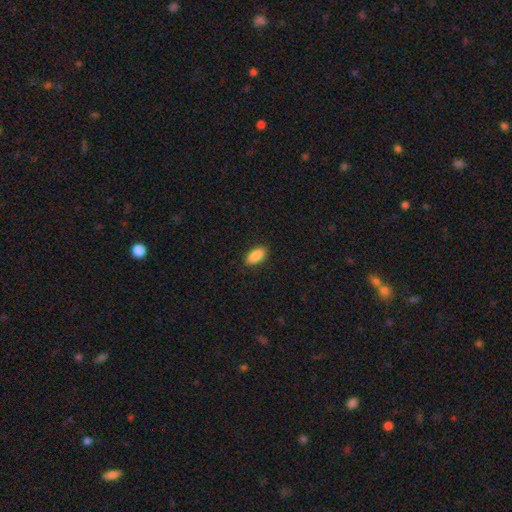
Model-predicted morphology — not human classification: This appears to be a smooth galaxy with no disk features (90%) that is in between round and cigar-shaped (92%). Merging: none (88%).